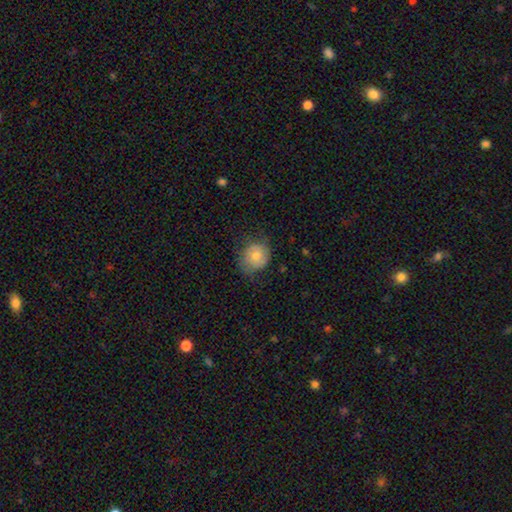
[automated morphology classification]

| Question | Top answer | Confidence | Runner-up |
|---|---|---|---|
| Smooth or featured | smooth | 64% | featured or disk (28%) |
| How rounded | round | 72% | in between (27%) |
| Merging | none | 65% | minor disturbance (25%) |